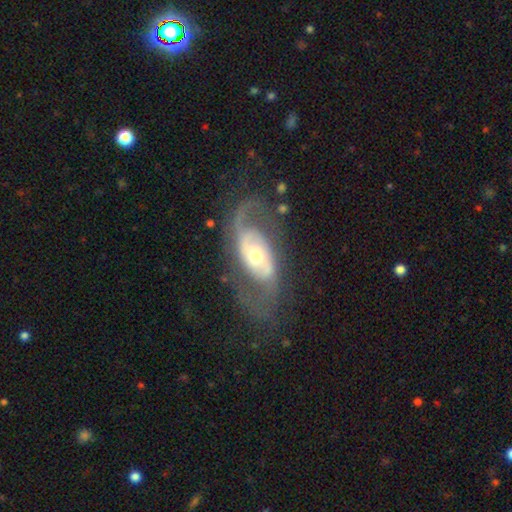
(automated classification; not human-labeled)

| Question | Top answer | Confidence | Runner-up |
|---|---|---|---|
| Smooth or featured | featured or disk | 84% | smooth (11%) |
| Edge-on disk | no | 94% | yes (6%) |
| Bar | no | 56% | weak (30%) |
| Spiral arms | yes | 91% | no (9%) |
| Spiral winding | medium | 43% | loose (40%) |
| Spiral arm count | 2 | 82% | 1 (7%) |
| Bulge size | moderate | 66% | small (21%) |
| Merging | none | 62% | major disturbance (18%) |